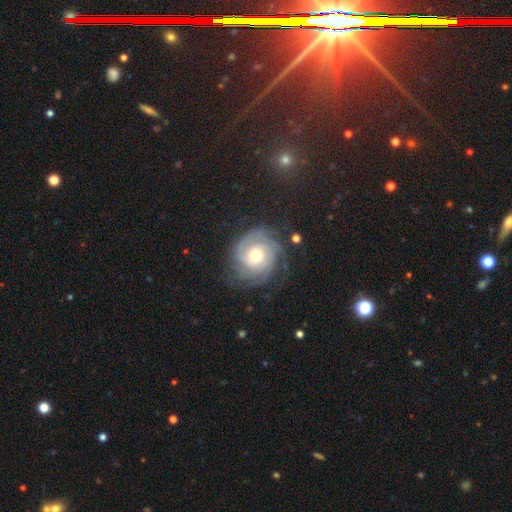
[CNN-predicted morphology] smooth-or-featured: featured or disk: 83% | smooth: 10% | star or artifact: 6%
  disk-edge-on: no: 98% | yes: 2%
    bar: no: 76% | weak: 19% | strong: 4%
    has-spiral-arms: yes: 96% | no: 4%
      spiral-winding: tight: 74% | medium: 21% | loose: 5%
      spiral-arm-count: can't tell: 31% | 3: 24% | 2: 17% | 4: 13% | more than 4: 8% | 1: 7%
    bulge-size: moderate: 69% | small: 20% | large: 10% | dominant: 1% | none: 1%
  merging: none: 75% | minor disturbance: 16% | major disturbance: 8% | merger: 1%